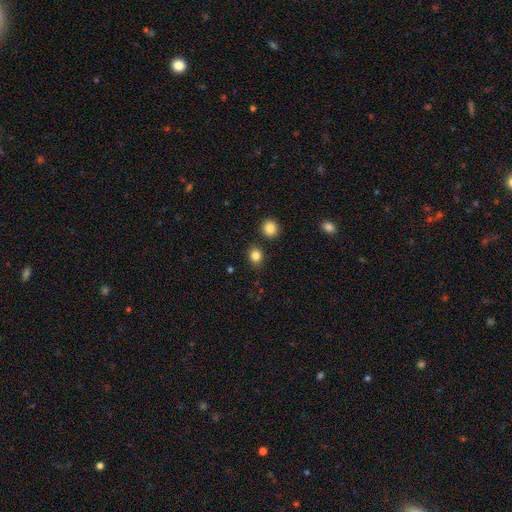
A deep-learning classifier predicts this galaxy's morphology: smooth 84%, star or artifact 12%, featured or disk 5%. Down the decision tree: how rounded — round (69%); merging — none (84%).